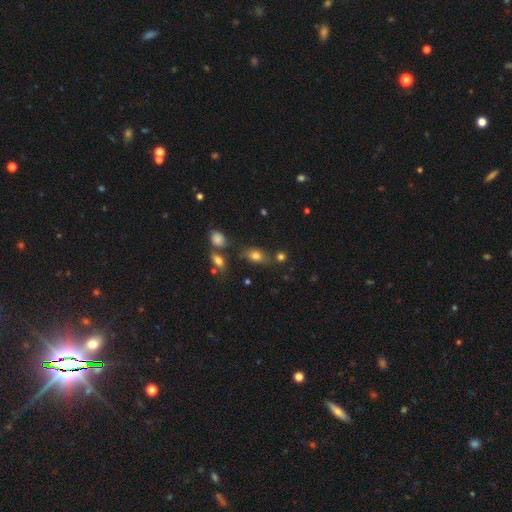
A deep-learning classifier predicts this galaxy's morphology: The model was most divided on "merging": none: 66%, minor disturbance: 17%, merger: 11%, major disturbance: 6%. More confident: smooth or featured — smooth (78%); how rounded — in between (75%).